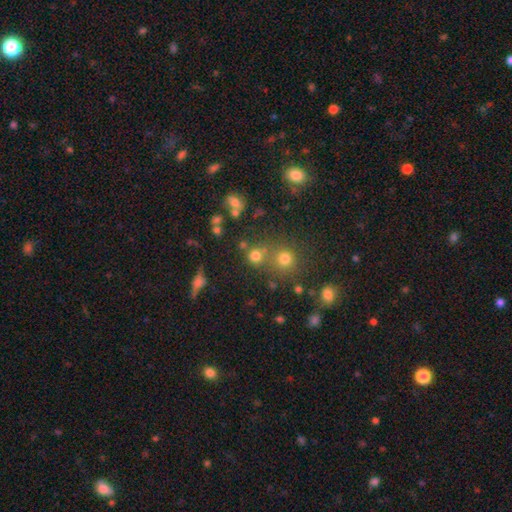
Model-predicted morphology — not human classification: A smooth galaxy with no disk features (72%) that is round (87%).

Vote fractions:
- Smooth or featured? smooth: 72% / star or artifact: 19% / featured or disk: 9%
- How rounded? round: 87% / in between: 12% / cigar-shaped: 1%
- Merging? none: 62% / merger: 24% / minor disturbance: 9% / major disturbance: 5%